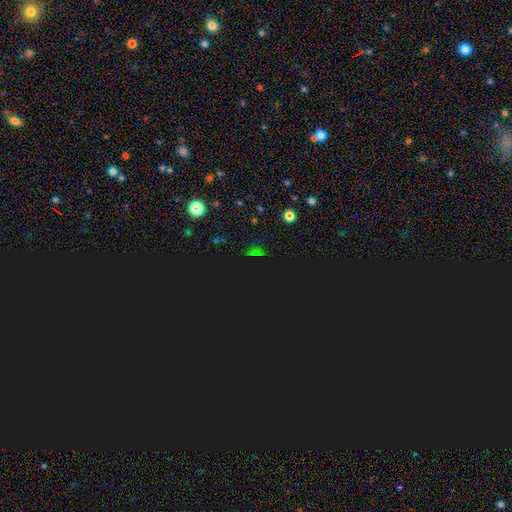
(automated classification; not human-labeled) This is likely a star or artifact rather than a galaxy (75%).